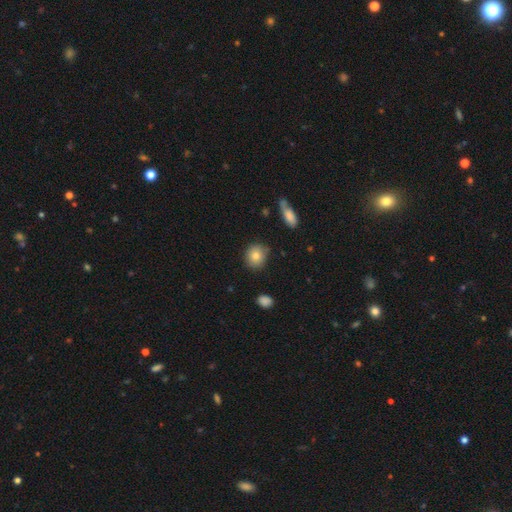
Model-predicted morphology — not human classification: This is clearly a smooth galaxy (83%). How rounded: likely round (77%). Merging: clearly none (82%).